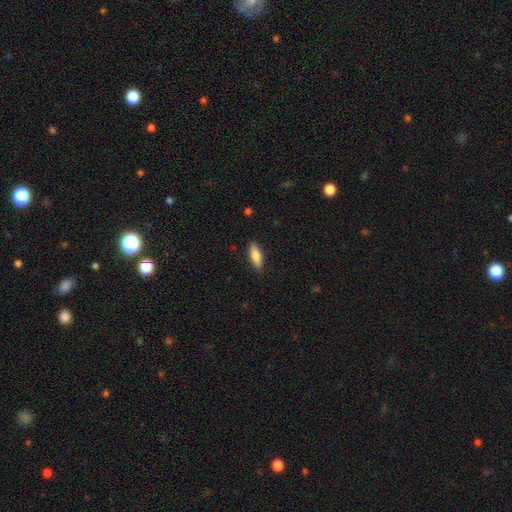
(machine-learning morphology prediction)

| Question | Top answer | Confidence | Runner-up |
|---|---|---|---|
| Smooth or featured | smooth | 82% | featured or disk (12%) |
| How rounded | in between | 64% | cigar-shaped (34%) |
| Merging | none | 87% | minor disturbance (10%) |